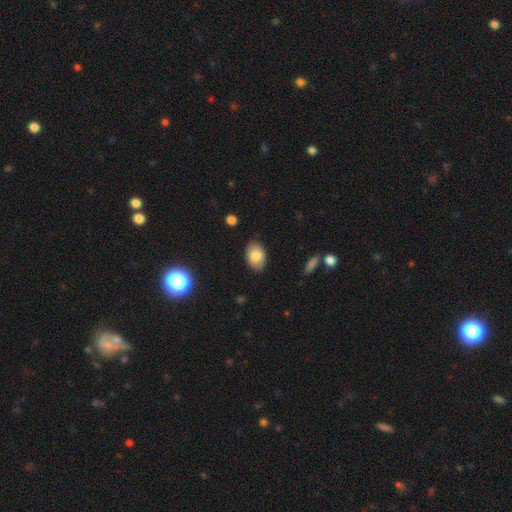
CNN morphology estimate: smooth 82%, featured or disk 10%, star or artifact 8%. Down the decision tree: how rounded — in between (85%); merging — none (85%).